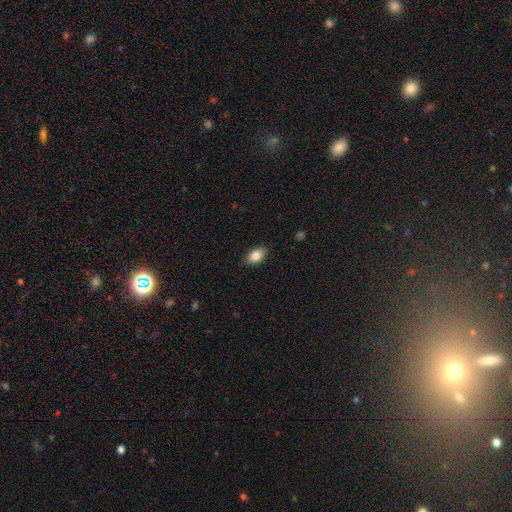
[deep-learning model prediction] Overall: smooth (86%). How rounded: in between (88%). Merging: none (82%).